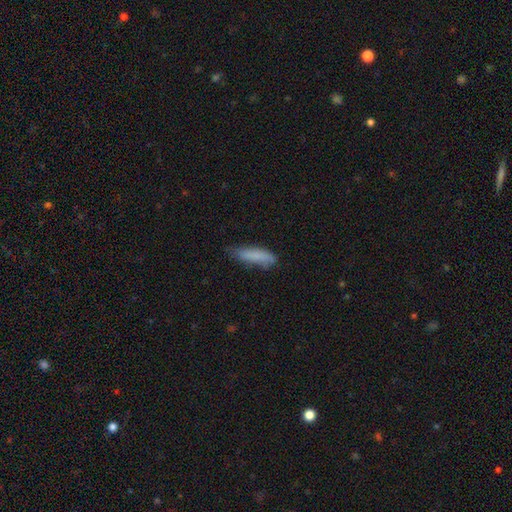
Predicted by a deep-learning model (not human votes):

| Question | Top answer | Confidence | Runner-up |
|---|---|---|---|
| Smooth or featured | smooth | 80% | featured or disk (13%) |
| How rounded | cigar-shaped | 70% | in between (28%) |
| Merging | none | 64% | minor disturbance (27%) |